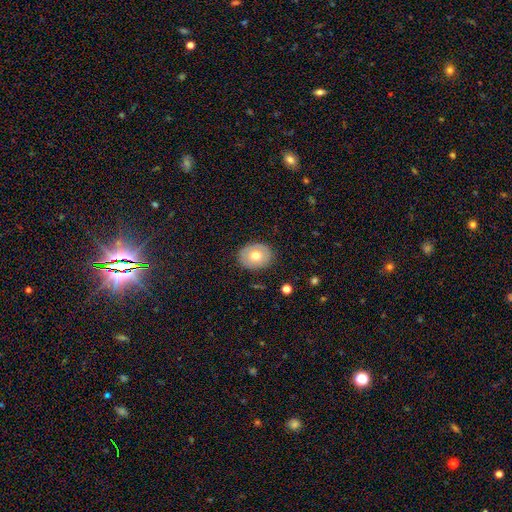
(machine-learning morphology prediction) smooth-or-featured: smooth: 67% | featured or disk: 26% | star or artifact: 8%
  how-rounded: round: 51% | in between: 48% | cigar-shaped: 1%
  merging: none: 87% | minor disturbance: 9% | major disturbance: 2% | merger: 1%